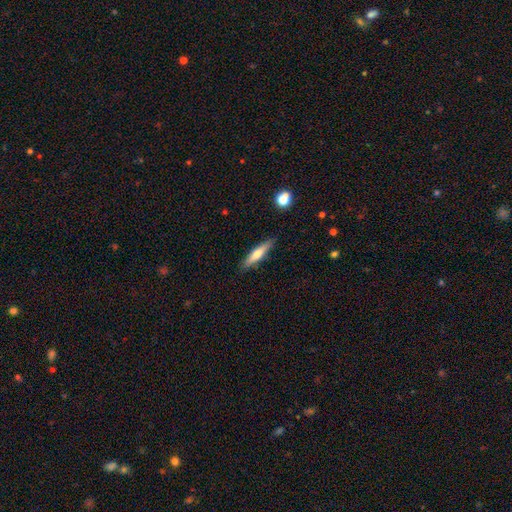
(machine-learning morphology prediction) Q: Smooth or featured?
A: smooth (54%); runner-up: featured or disk (40%)
Q: How rounded?
A: cigar-shaped (84%); runner-up: in between (14%)
Q: Merging?
A: none (87%); runner-up: minor disturbance (9%)